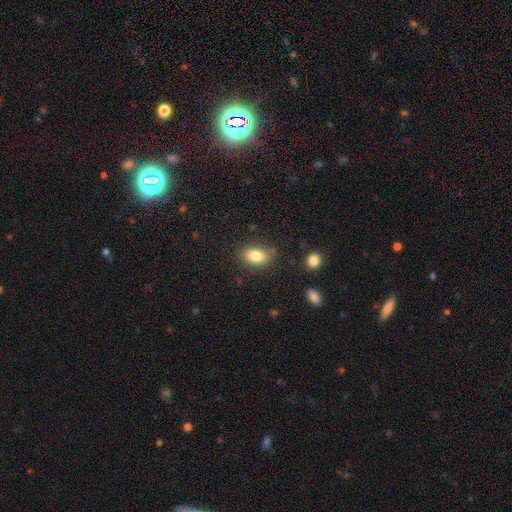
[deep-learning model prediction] A smooth galaxy with no disk features (82%) that is in between round and cigar-shaped (84%).

Vote fractions:
- Smooth or featured? smooth: 82% / featured or disk: 9% / star or artifact: 9%
- How rounded? in between: 84% / round: 13% / cigar-shaped: 2%
- Merging? none: 81% / minor disturbance: 14% / major disturbance: 3% / merger: 2%